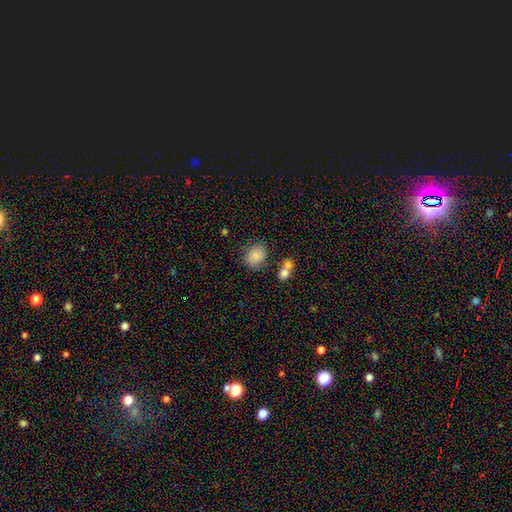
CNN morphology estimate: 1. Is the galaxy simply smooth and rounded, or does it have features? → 83% smooth, 9% star or artifact, 8% featured or disk.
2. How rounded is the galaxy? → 50% in between, 49% round, 1% cigar-shaped.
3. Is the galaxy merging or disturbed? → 66% none, 17% minor disturbance, 11% merger, 6% major disturbance.